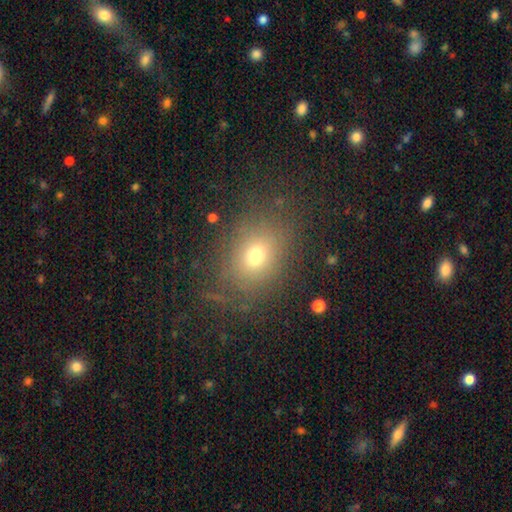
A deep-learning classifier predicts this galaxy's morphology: Q: Smooth or featured?
A: smooth (68%); runner-up: star or artifact (18%)
Q: How rounded?
A: in between (51%); runner-up: round (48%)
Q: Merging?
A: none (79%); runner-up: minor disturbance (12%)